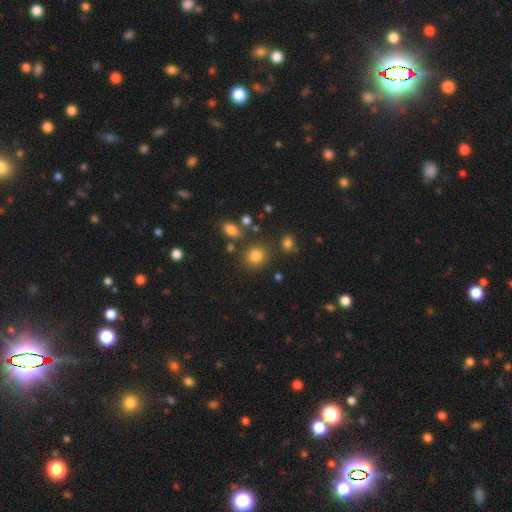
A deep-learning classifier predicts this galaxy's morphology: Smooth or featured? Predicted: smooth (p=0.81). How rounded? Predicted: round (p=0.80). Merging? Predicted: none (p=0.80).